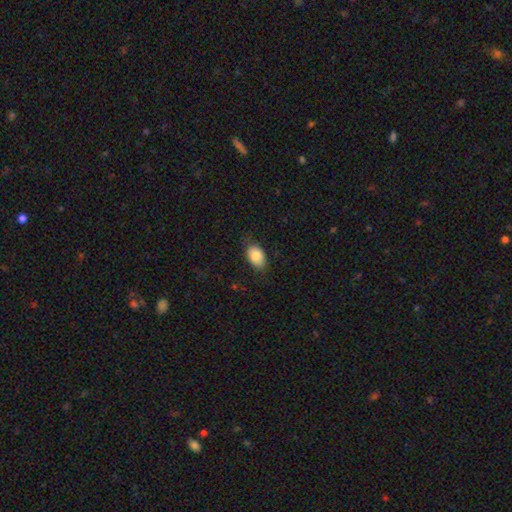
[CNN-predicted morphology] smooth-or-featured: smooth: 83% | featured or disk: 10% | star or artifact: 7%
  how-rounded: in between: 89% | round: 10% | cigar-shaped: 1%
  merging: none: 75% | minor disturbance: 19% | major disturbance: 5% | merger: 1%